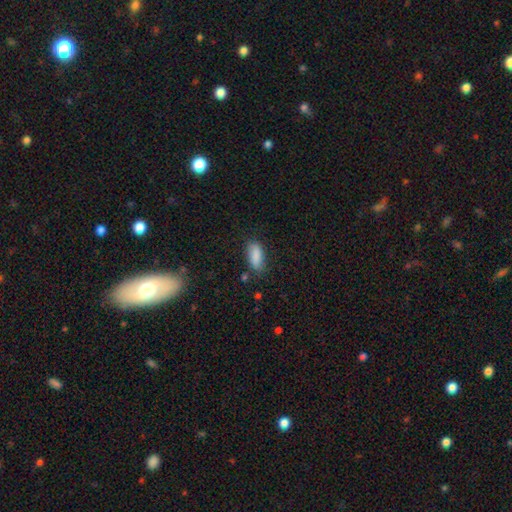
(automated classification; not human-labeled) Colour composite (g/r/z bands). It shows a smooth galaxy with no disk features (86%) that is in between round and cigar-shaped (86%). Merging: none (72%).